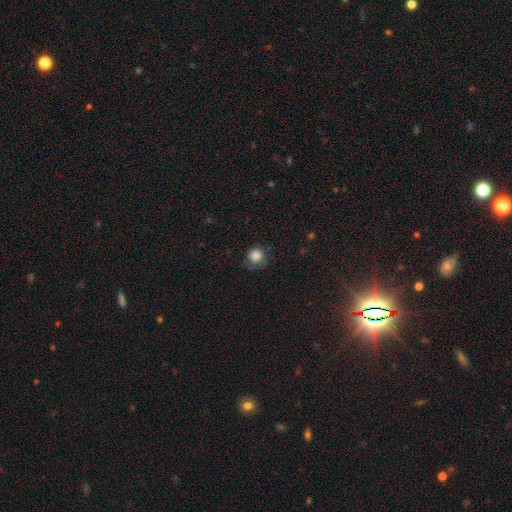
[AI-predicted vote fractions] smooth_or_featured: smooth (p=0.84) [alt: star or artifact p=0.10]
how_rounded: round (p=0.86) [alt: in between p=0.13]
merging: none (p=0.59) [alt: minor disturbance p=0.27]